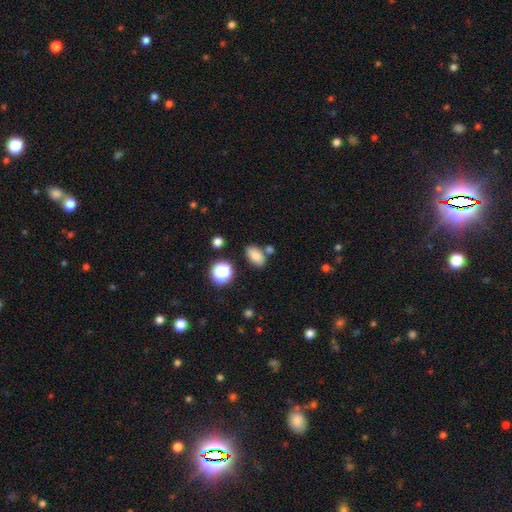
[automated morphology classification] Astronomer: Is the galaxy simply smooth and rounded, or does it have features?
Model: smooth — 82%.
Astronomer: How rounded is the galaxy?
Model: in between — 88%.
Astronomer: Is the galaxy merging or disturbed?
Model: none — 74%.